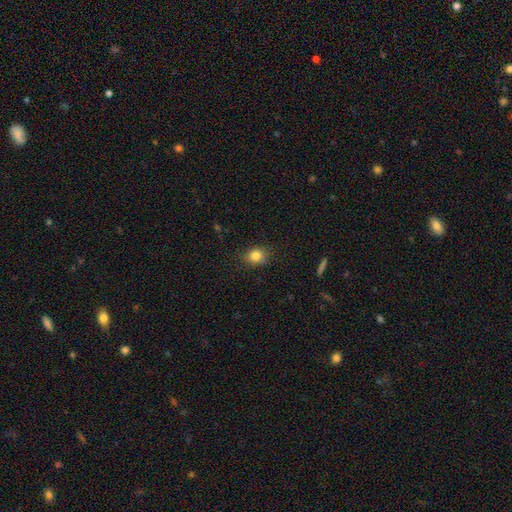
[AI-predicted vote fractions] Overall: smooth (83%). How rounded: round (59%; in between 40%). Merging: none (81%).